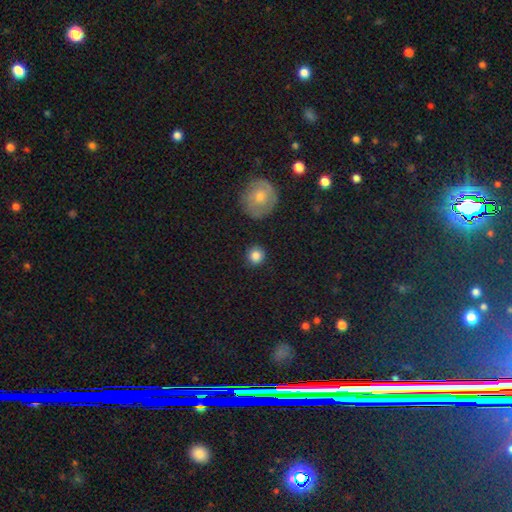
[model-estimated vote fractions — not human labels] smooth-or-featured: smooth: 85% | star or artifact: 9% | featured or disk: 6%
  how-rounded: round: 93% | in between: 6% | cigar-shaped: 1%
  merging: none: 86% | minor disturbance: 9% | major disturbance: 3% | merger: 2%